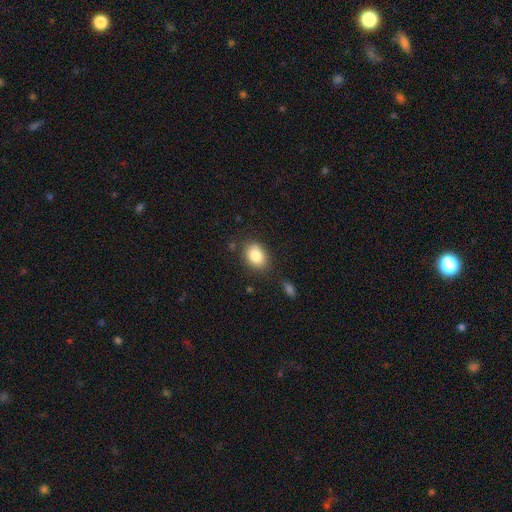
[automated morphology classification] Smooth or featured: smooth — 83% (star or artifact — 9%)
How rounded: in between — 69% (round — 29%)
Merging: none — 79% (minor disturbance — 15%)